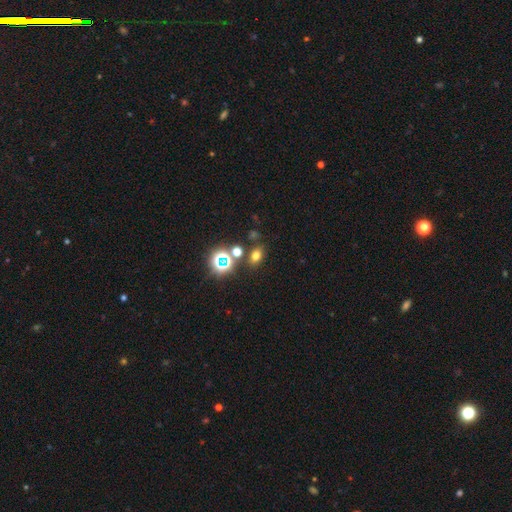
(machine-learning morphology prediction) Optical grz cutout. It shows a smooth galaxy with no disk features (64%) that is in between round and cigar-shaped (64%). Merging: none (77%).